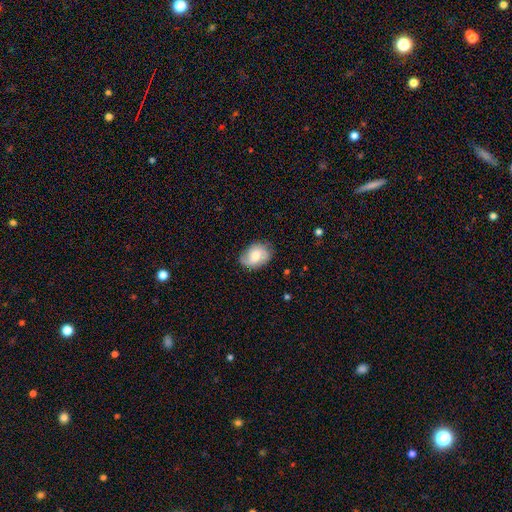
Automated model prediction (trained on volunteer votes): This appears to be a featured or disk galaxy (51%). Merging: none (72%).